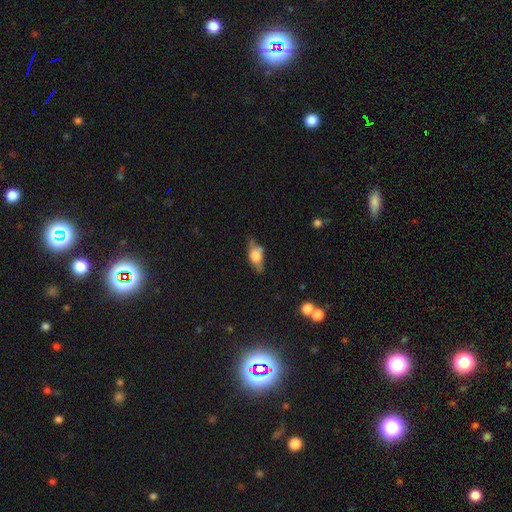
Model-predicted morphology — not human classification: Smooth or featured? smooth (49%)
Merging? none (65%)